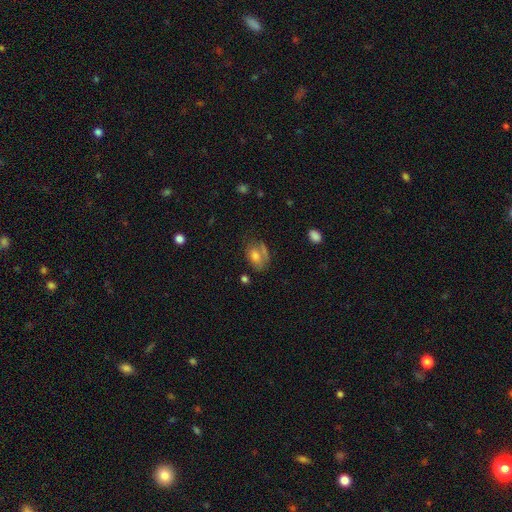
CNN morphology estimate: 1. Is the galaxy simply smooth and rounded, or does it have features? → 63% smooth, 26% featured or disk, 11% star or artifact.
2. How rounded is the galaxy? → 80% in between, 18% round, 2% cigar-shaped.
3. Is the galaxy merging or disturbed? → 45% none, 26% minor disturbance, 19% major disturbance, 11% merger.